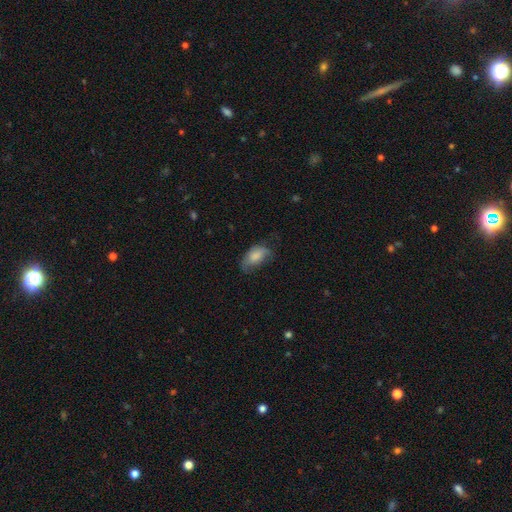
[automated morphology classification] smooth_or_featured: smooth (p=0.77) [alt: featured or disk p=0.16]
how_rounded: in between (p=0.92) [alt: round p=0.05]
merging: none (p=0.45) [alt: minor disturbance p=0.35]